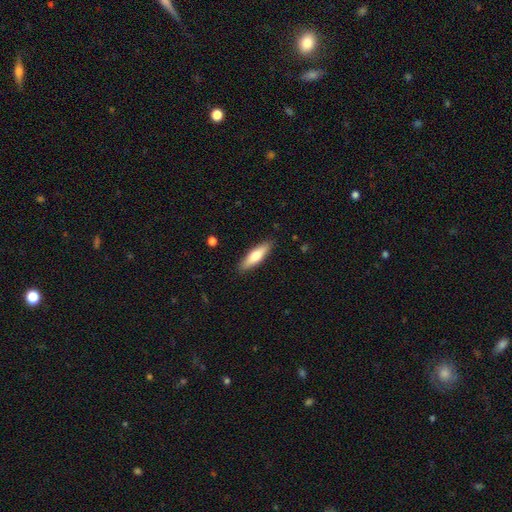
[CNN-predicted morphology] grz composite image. It shows a smooth galaxy with no disk features (68%) that is cigar-shaped (59%). Merging: none (89%).